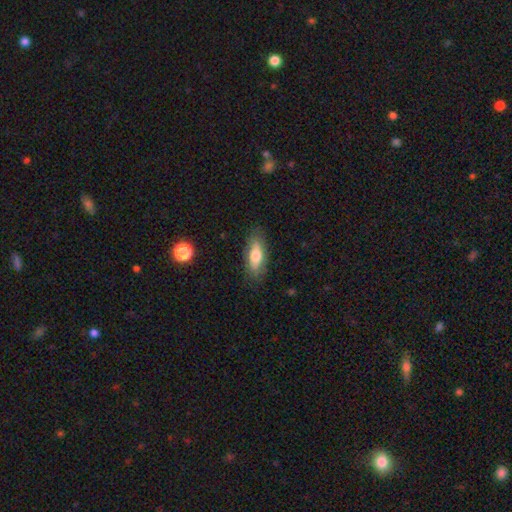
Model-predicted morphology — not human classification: Overall: smooth (64%; featured or disk 29%). How rounded: in between (71%). Merging: none (80%).